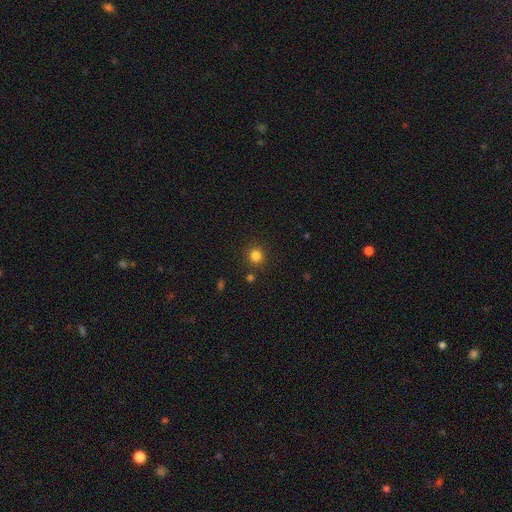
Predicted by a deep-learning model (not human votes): smooth_or_featured: smooth (p=0.82) [alt: star or artifact p=0.14]
how_rounded: round (p=0.90) [alt: in between p=0.09]
merging: none (p=0.87) [alt: minor disturbance p=0.07]